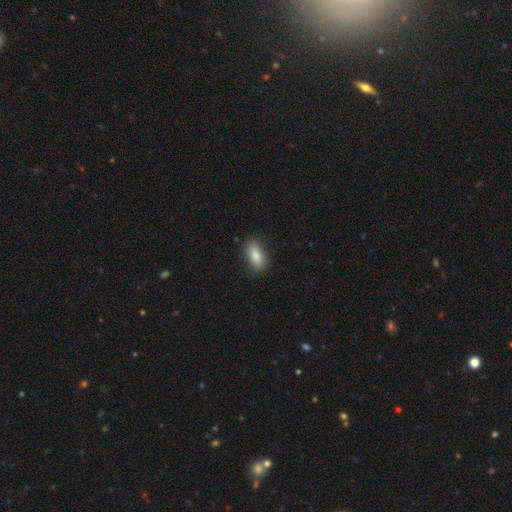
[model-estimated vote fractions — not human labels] Q: Smooth or featured?
A: smooth (85%); runner-up: featured or disk (8%)
Q: How rounded?
A: in between (88%); runner-up: cigar-shaped (8%)
Q: Merging?
A: none (82%); runner-up: minor disturbance (14%)